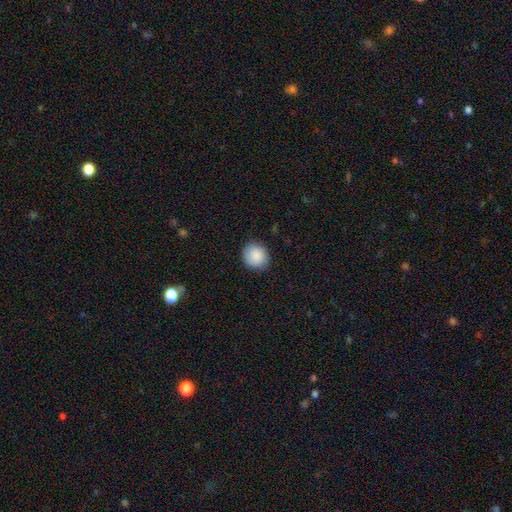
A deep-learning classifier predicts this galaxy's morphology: This appears to be a smooth galaxy with no disk features (89%) that is round (85%). Merging: none (89%).